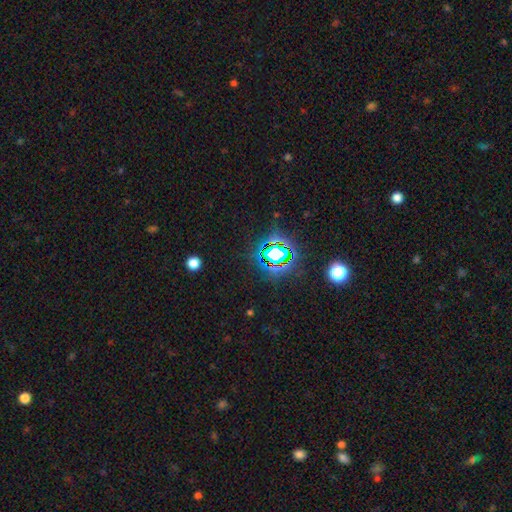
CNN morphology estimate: The model was most divided on "smooth or featured": star or artifact: 81%, smooth: 12%, featured or disk: 7%.